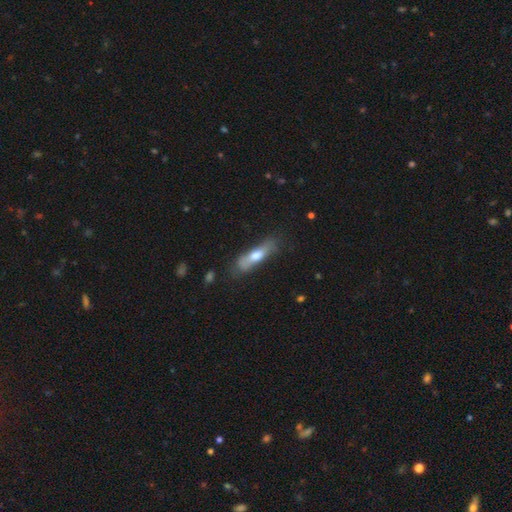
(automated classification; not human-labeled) This appears to be a smooth galaxy with no disk features (57%) that is cigar-shaped (69%). Merging: none (65%).